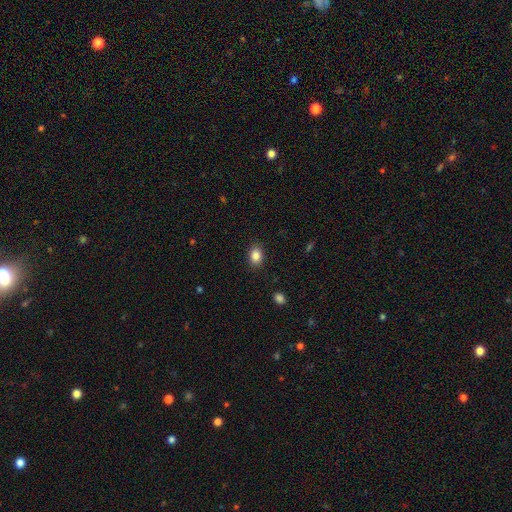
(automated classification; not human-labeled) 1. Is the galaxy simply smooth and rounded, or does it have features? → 85% smooth, 9% star or artifact, 5% featured or disk.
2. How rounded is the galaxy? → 71% in between, 28% round, 1% cigar-shaped.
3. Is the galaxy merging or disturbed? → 88% none, 9% minor disturbance, 2% major disturbance, 1% merger.